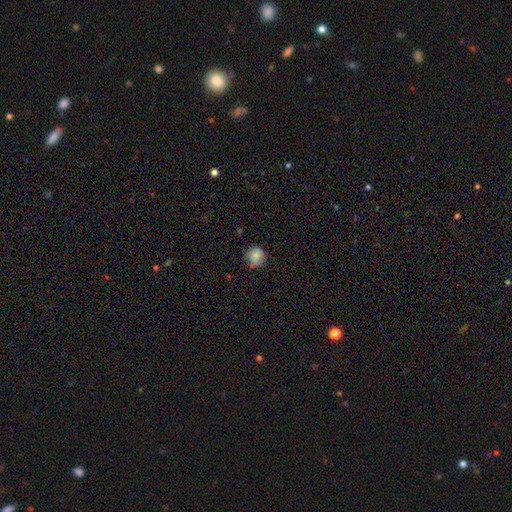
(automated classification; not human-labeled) Overall: smooth (85%). How rounded: round (91%). Merging: none (74%).